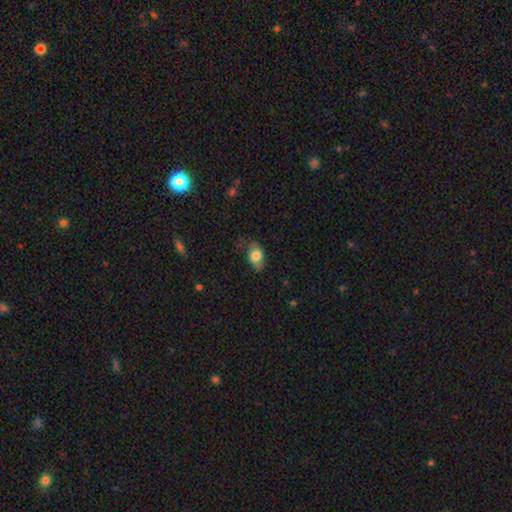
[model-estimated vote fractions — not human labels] smooth 78%, featured or disk 15%, star or artifact 7%. Down the decision tree: how rounded — in between (88%); merging — none (61%).